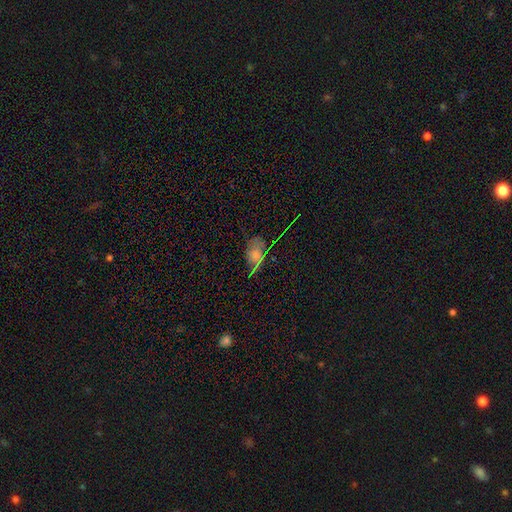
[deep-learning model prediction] A smooth galaxy with no disk features (51%) that is in between round and cigar-shaped (82%).

Vote fractions:
- Smooth or featured? smooth: 51% / star or artifact: 25% / featured or disk: 24%
- How rounded? in between: 82% / round: 14% / cigar-shaped: 4%
- Merging? none: 52% / minor disturbance: 28% / major disturbance: 16% / merger: 4%